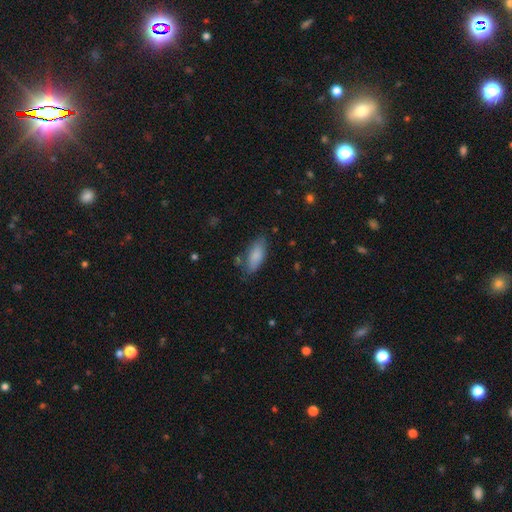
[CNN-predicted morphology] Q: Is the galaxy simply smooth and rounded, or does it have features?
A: smooth — 84%.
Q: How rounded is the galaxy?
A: in between — 78%.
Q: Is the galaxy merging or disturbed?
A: none — 71%.